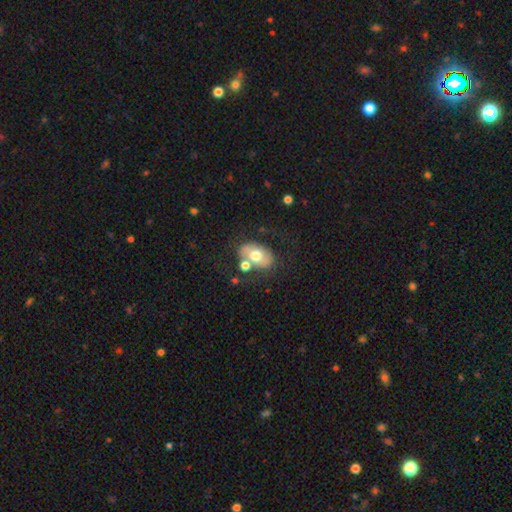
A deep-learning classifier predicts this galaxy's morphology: Smooth or featured? smooth (53%)
How rounded? in between (79%)
Merging? none (57%)